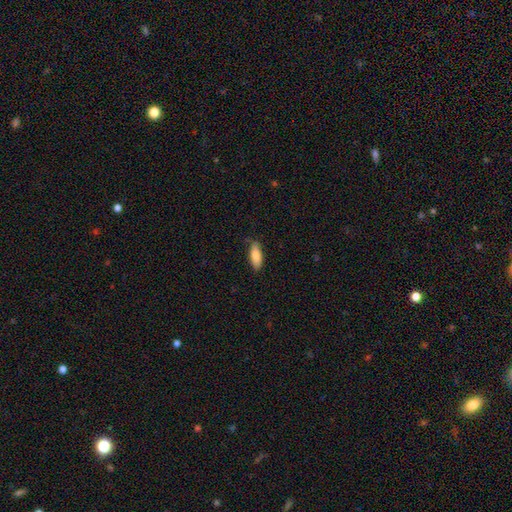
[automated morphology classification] type=smooth (84%); roundness=in between (70%); merging=none (80%).